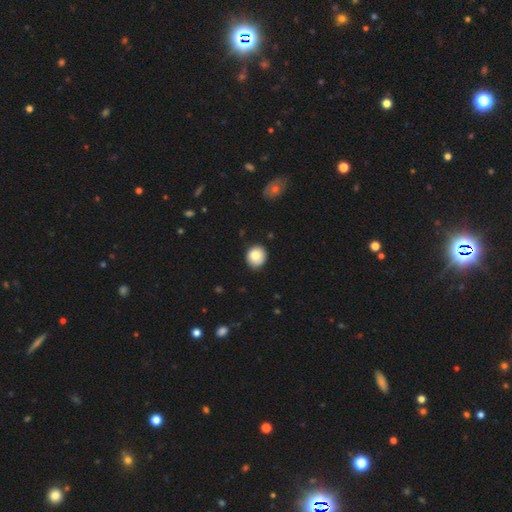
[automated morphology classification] Q: Smooth or featured?
A: smooth (83%); runner-up: featured or disk (9%)
Q: How rounded?
A: round (85%); runner-up: in between (14%)
Q: Merging?
A: none (84%); runner-up: minor disturbance (12%)